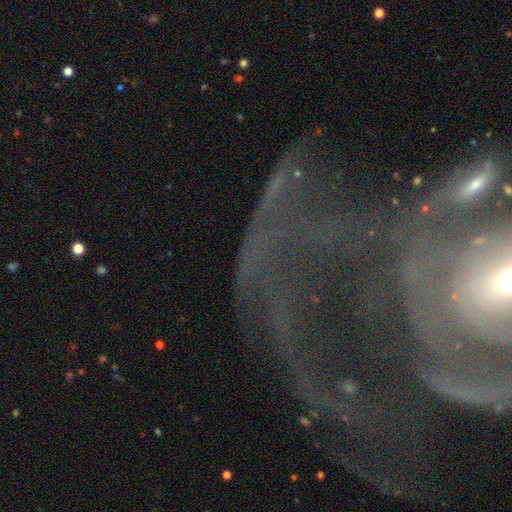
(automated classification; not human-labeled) A featured or disk galaxy (57%).

Vote fractions:
- Smooth or featured? featured or disk: 57% / star or artifact: 28% / smooth: 15%
- Edge-on disk? no: 81% / yes: 19%
- Merging? none: 51% / major disturbance: 22% / minor disturbance: 14% / merger: 13%